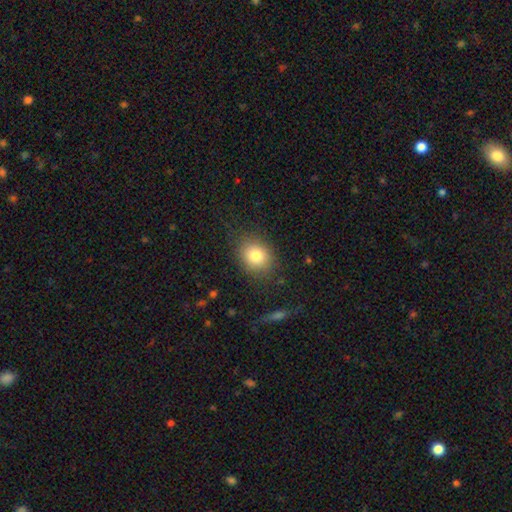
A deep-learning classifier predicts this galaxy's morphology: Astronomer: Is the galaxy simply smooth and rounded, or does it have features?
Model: smooth — 80%.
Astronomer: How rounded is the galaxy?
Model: round — 58% (runner-up: in between, 41%).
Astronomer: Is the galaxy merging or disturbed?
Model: none — 82%.